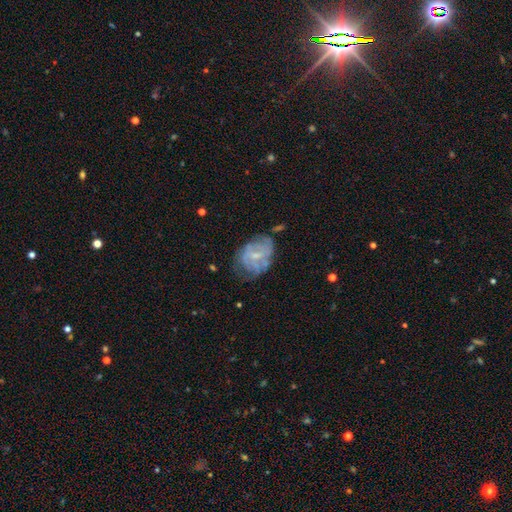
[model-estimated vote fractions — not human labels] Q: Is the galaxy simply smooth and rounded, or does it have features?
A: featured or disk — 64%.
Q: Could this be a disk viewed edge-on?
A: no — 97%.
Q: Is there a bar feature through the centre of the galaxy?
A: weak — 49%.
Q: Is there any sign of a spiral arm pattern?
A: yes — 62%.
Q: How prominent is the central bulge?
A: small — 58%.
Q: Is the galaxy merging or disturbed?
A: none — 49%.